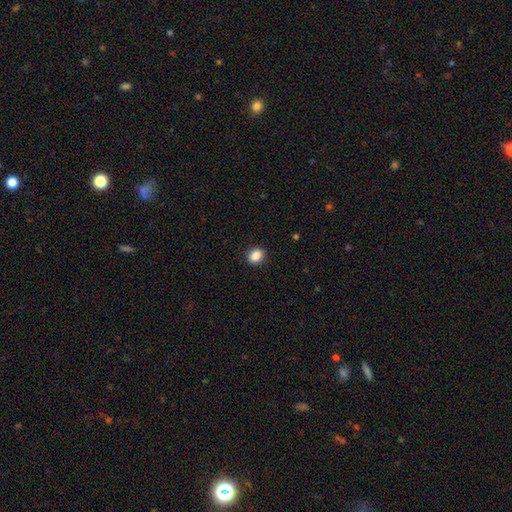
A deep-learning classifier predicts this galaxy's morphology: This is clearly a smooth galaxy (87%). How rounded: possibly round (50%). Merging: clearly none (90%).